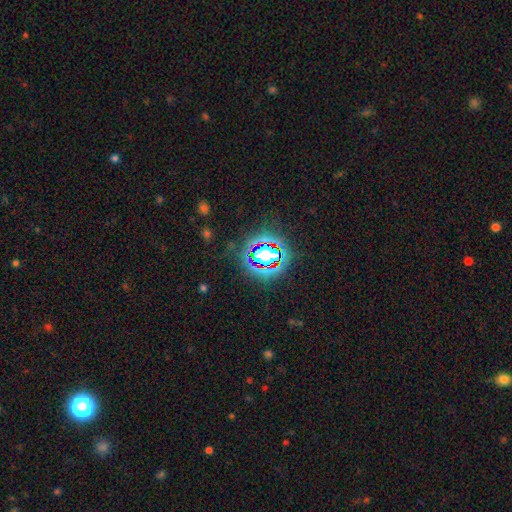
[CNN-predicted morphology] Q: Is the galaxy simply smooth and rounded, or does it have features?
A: star or artifact — 81%.